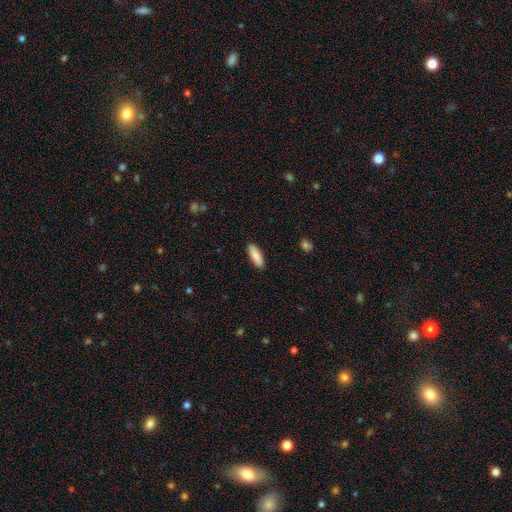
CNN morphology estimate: This appears to be a smooth galaxy with no disk features (88%) that is in between round and cigar-shaped (55%). Merging: none (89%).